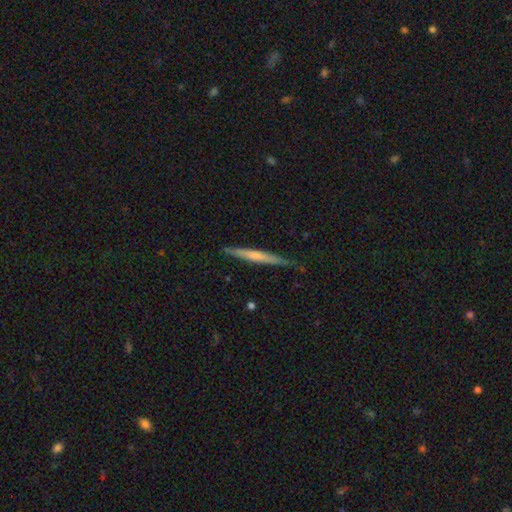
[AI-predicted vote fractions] Morphology: type=featured or disk (48%); merging=none (83%).